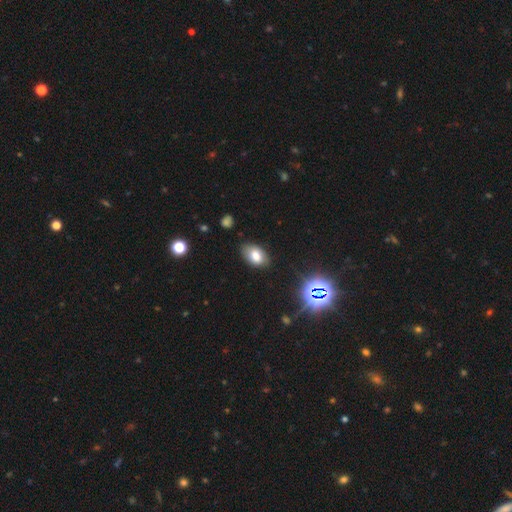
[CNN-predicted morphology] Smooth or featured? Predicted: smooth (p=0.76). How rounded? Predicted: in between (p=0.89). Merging? Predicted: none (p=0.78).